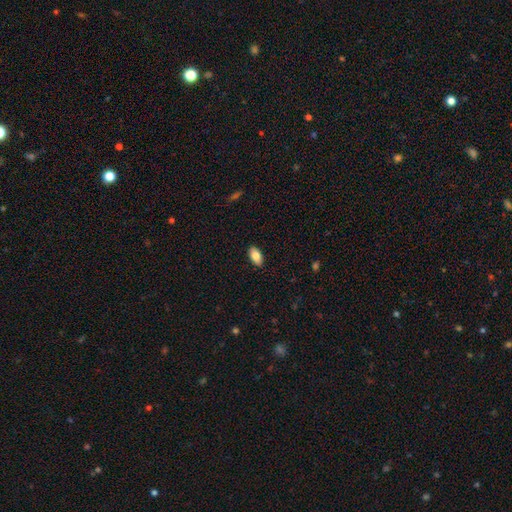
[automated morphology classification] Smooth or featured?
  - smooth: 81% *
  - featured or disk: 12%
  - star or artifact: 7%
How rounded?
  - in between: 93% *
  - round: 4%
  - cigar-shaped: 3%
Merging?
  - none: 89% *
  - minor disturbance: 9%
  - major disturbance: 2%
  - merger: 1%